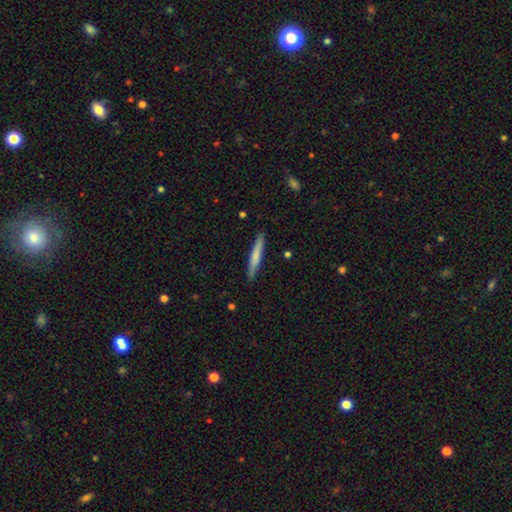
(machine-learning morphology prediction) A smooth galaxy with no disk features (66%) that is cigar-shaped (95%).

Vote fractions:
- Smooth or featured? smooth: 66% / featured or disk: 29% / star or artifact: 5%
- How rounded? cigar-shaped: 95% / in between: 4% / round: 1%
- Merging? none: 88% / minor disturbance: 9% / major disturbance: 2% / merger: 1%